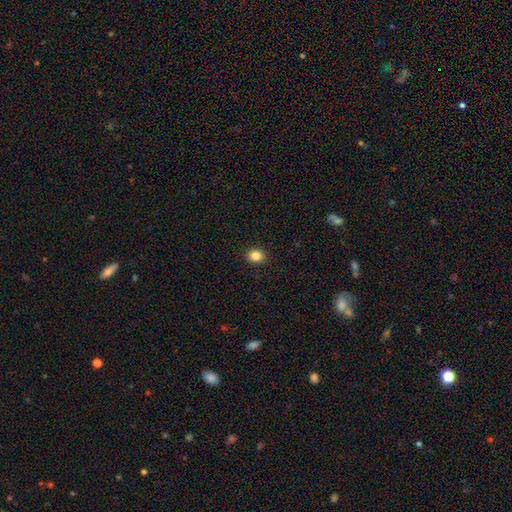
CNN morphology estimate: Q: Smooth or featured?
A: smooth (84%); runner-up: star or artifact (11%)
Q: How rounded?
A: round (68%); runner-up: in between (32%)
Q: Merging?
A: none (92%); runner-up: minor disturbance (6%)